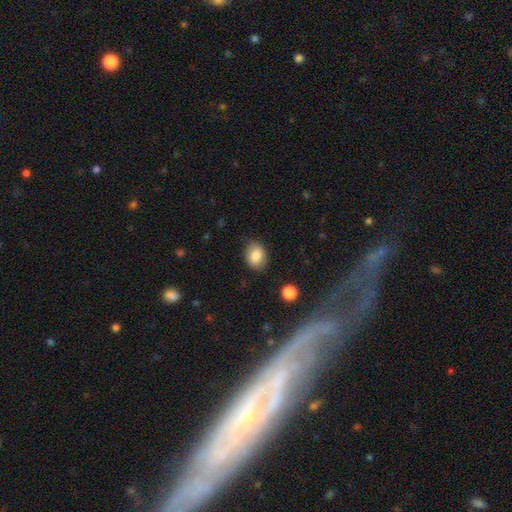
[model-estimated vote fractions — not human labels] Smooth or featured?
  - smooth: 84% *
  - star or artifact: 9%
  - featured or disk: 7%
How rounded?
  - in between: 58% *
  - round: 41%
  - cigar-shaped: 1%
Merging?
  - none: 81% *
  - minor disturbance: 14%
  - major disturbance: 3%
  - merger: 1%